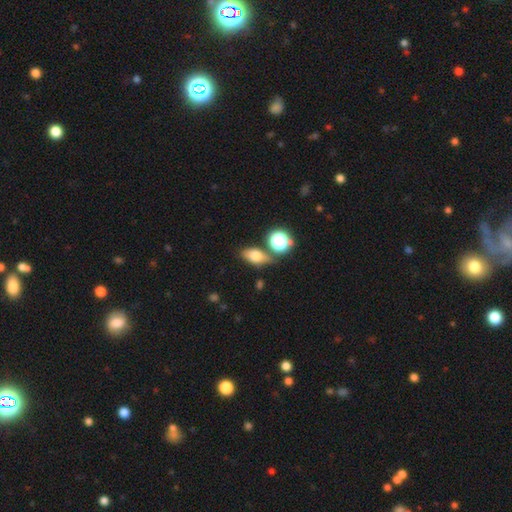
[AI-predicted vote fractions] The model was most divided on "merging": none: 70%, minor disturbance: 14%, merger: 12%, major disturbance: 4%. More confident: how rounded — in between (78%); smooth or featured — smooth (72%).